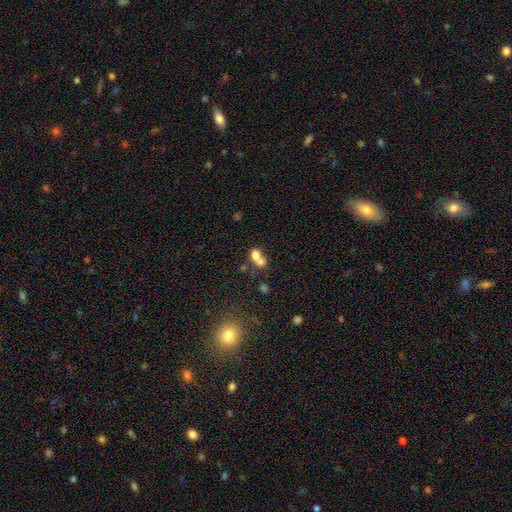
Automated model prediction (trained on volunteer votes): A smooth galaxy with no disk features (70%) that is in between round and cigar-shaped (53%). Merging: merger (64%).